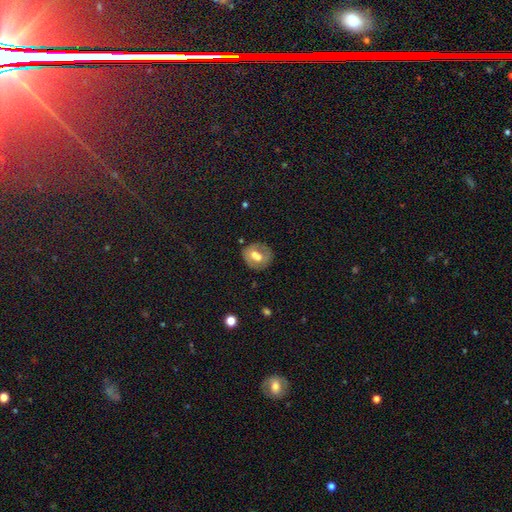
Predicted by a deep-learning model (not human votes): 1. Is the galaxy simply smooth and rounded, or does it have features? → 54% smooth, 37% featured or disk, 9% star or artifact.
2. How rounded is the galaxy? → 70% round, 28% in between, 1% cigar-shaped.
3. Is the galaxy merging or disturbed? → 63% none, 19% minor disturbance, 10% merger, 8% major disturbance.